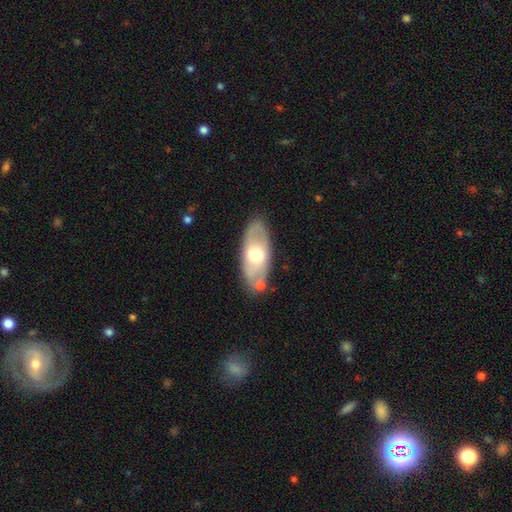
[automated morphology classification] Smooth or featured? smooth (51%)
How rounded? in between (86%)
Merging? none (75%)